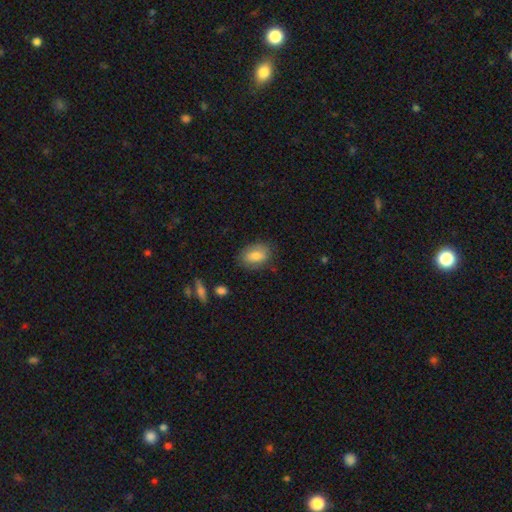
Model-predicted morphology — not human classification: This is likely a smooth galaxy (80%). How rounded: clearly in between (84%). Merging: likely none (80%).